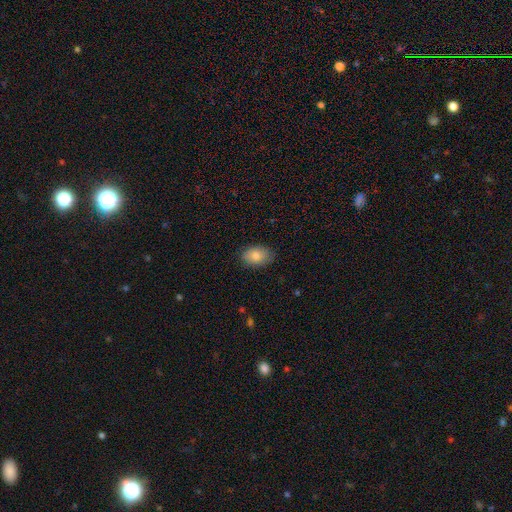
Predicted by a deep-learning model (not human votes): Morphology: type=smooth (84%); roundness=in between (84%); merging=none (85%).